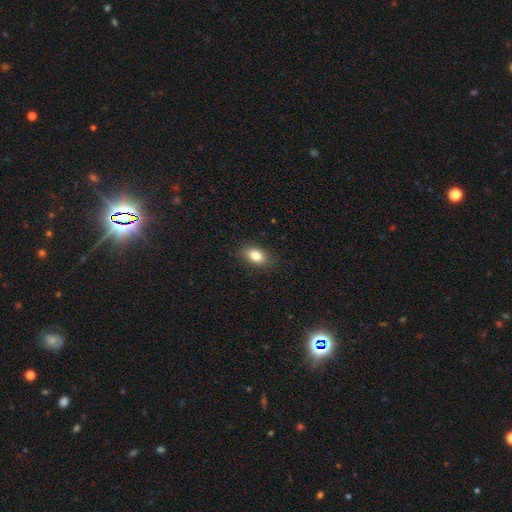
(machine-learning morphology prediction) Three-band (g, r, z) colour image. It shows a smooth galaxy with no disk features (82%) that is in between round and cigar-shaped (87%). Merging: none (86%).